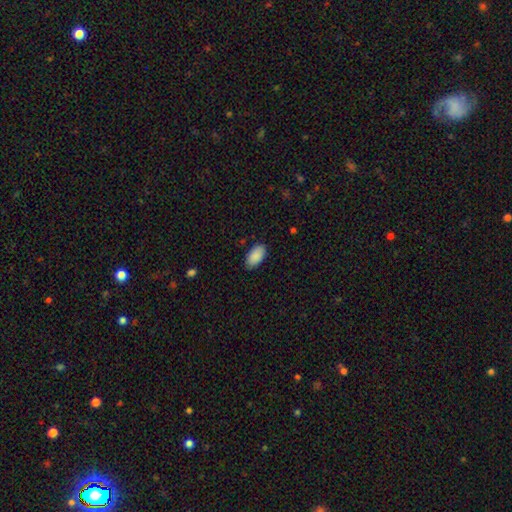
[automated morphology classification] type=smooth (90%); roundness=in between (95%); merging=none (84%).